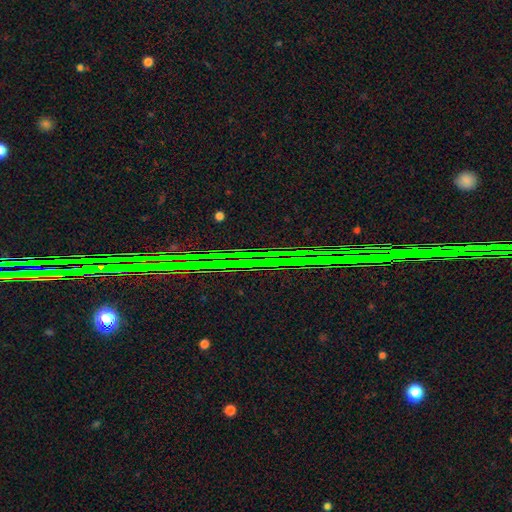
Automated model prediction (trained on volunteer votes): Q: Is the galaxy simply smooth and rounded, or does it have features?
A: star or artifact — 82%.